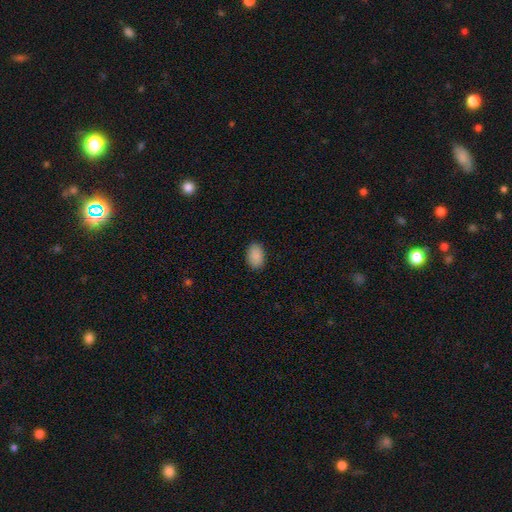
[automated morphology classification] type=smooth (90%); roundness=in between (88%); merging=none (88%).